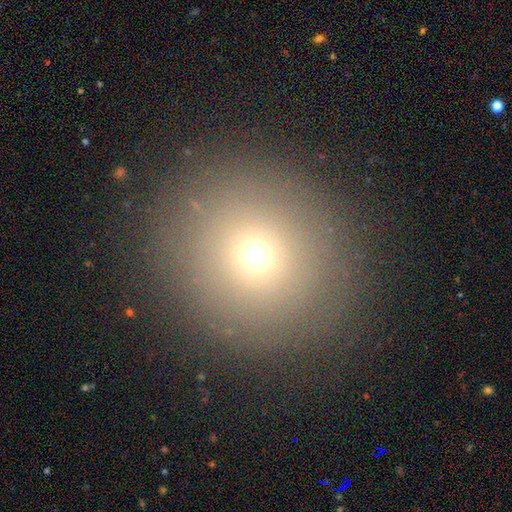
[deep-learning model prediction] smooth-or-featured: smooth: 68% | star or artifact: 20% | featured or disk: 12%
  how-rounded: round: 89% | in between: 10% | cigar-shaped: 1%
  merging: none: 87% | minor disturbance: 7% | major disturbance: 4% | merger: 1%